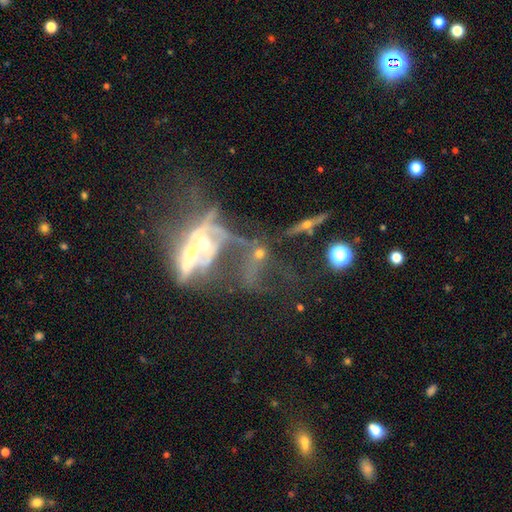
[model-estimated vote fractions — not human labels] This is likely a featured or disk galaxy (64%). It is clearly not viewed edge-on (82%). Bar: likely no (73%). Spiral arm pattern: possibly no (56%). Central bulge: possibly moderate (51%). Merging: likely merger (63%).